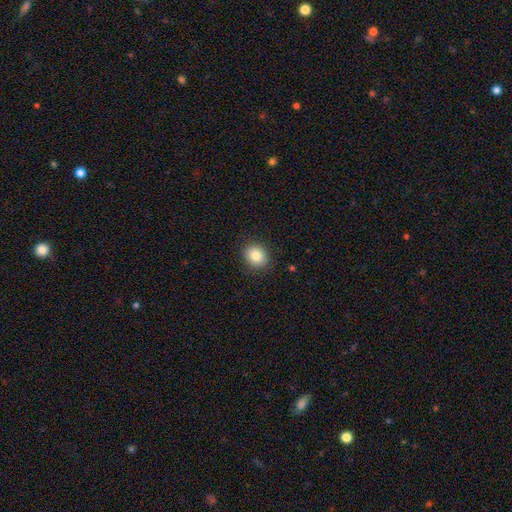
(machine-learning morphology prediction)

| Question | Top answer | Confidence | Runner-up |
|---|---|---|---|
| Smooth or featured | smooth | 83% | star or artifact (10%) |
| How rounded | round | 72% | in between (27%) |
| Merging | none | 89% | minor disturbance (8%) |